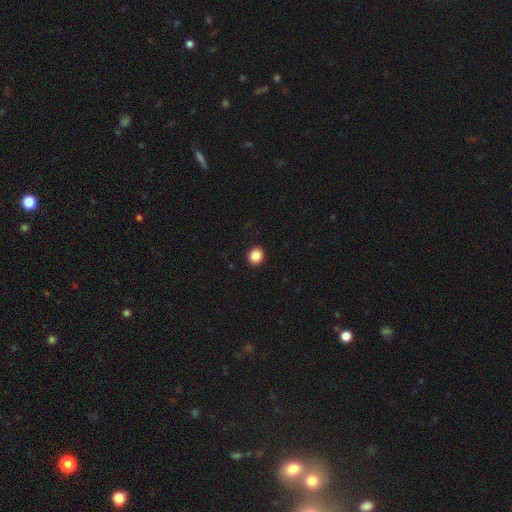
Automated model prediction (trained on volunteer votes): Morphology: type=smooth (87%); roundness=round (85%); merging=none (93%).